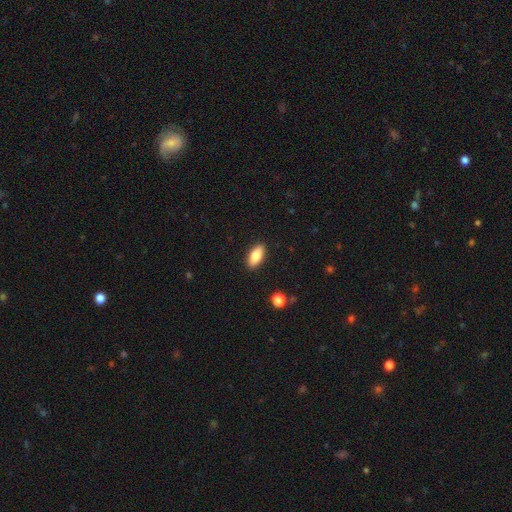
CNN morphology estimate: smooth_or_featured: smooth (p=0.81) [alt: featured or disk p=0.12]
how_rounded: in between (p=0.86) [alt: cigar-shaped p=0.11]
merging: none (p=0.89) [alt: minor disturbance p=0.08]